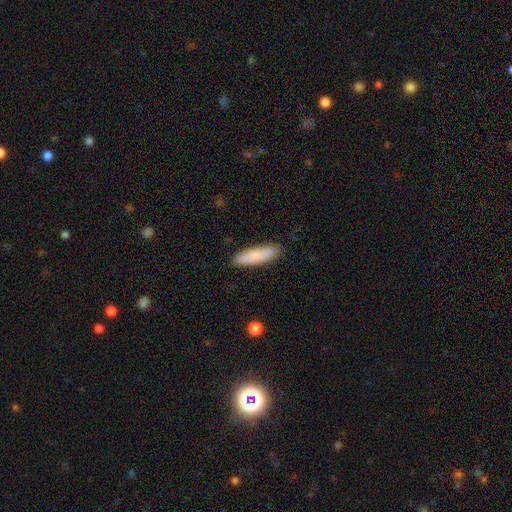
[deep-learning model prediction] This is clearly a smooth galaxy (83%). How rounded: likely cigar-shaped (69%). Merging: clearly none (87%).